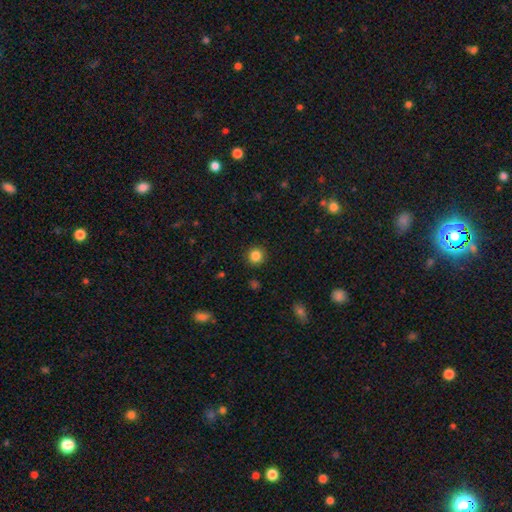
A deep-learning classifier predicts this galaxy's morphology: Smooth or featured? Predicted: smooth (p=0.85). How rounded? Predicted: round (p=0.92). Merging? Predicted: none (p=0.91).